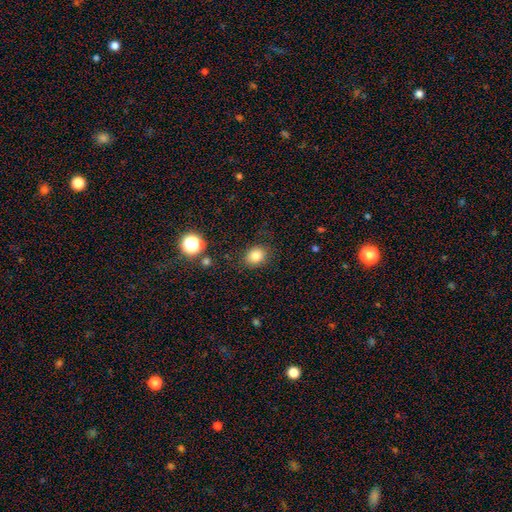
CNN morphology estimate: The model was most divided on "how rounded": round: 56%, in between: 44%, cigar-shaped: 1%. More confident: merging — none (83%); smooth or featured — smooth (82%).